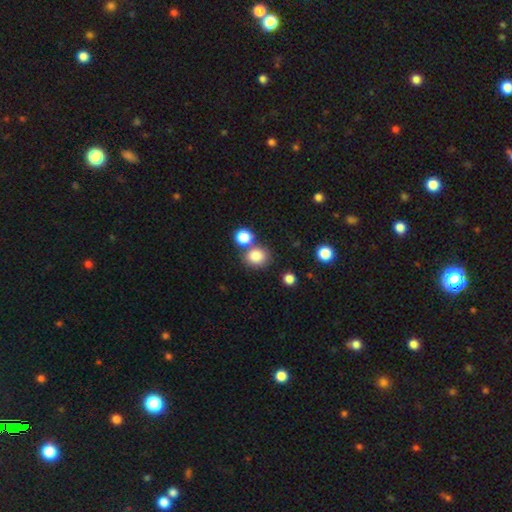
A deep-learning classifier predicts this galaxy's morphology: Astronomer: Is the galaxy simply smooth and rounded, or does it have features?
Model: smooth — 84%.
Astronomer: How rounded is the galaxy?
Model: round — 69%.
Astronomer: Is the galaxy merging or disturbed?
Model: none — 64%.